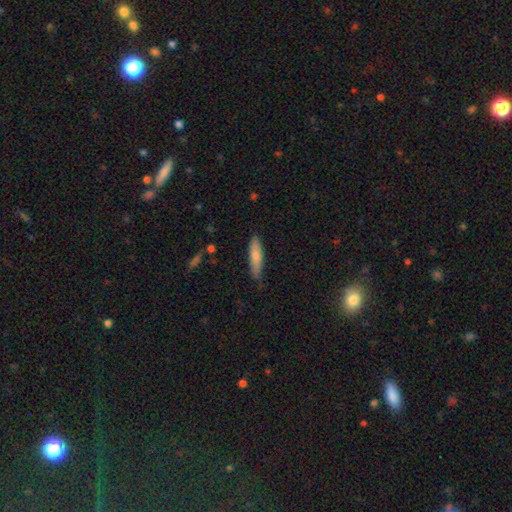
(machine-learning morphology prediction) Smooth or featured? Predicted: smooth (p=0.78). How rounded? Predicted: cigar-shaped (p=0.74). Merging? Predicted: none (p=0.74).